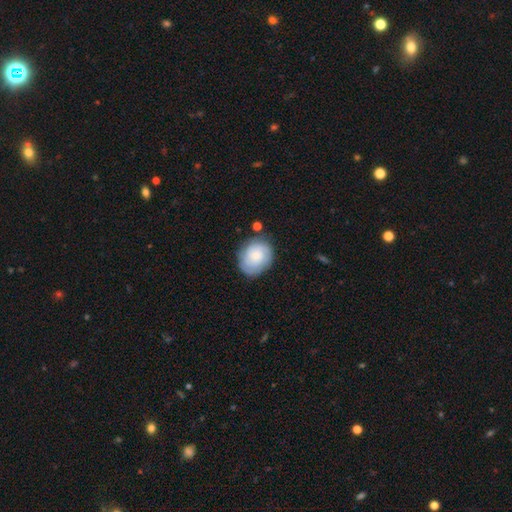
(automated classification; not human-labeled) The model was most divided on "smooth or featured": featured or disk: 49%, smooth: 44%, star or artifact: 7%. More confident: merging — none (75%).